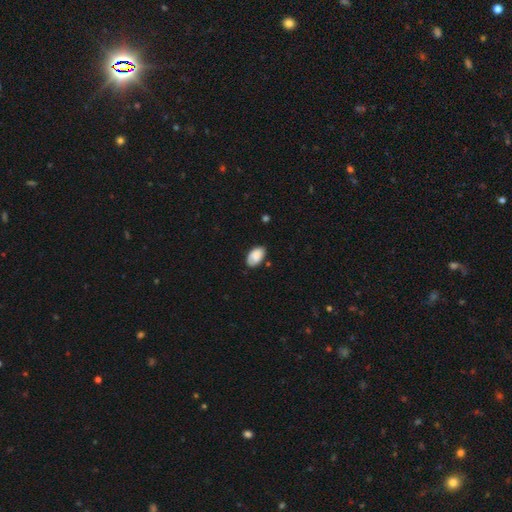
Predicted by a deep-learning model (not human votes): A smooth galaxy with no disk features (84%) that is in between round and cigar-shaped (93%).

Vote fractions:
- Smooth or featured? smooth: 84% / featured or disk: 10% / star or artifact: 7%
- How rounded? in between: 93% / round: 5% / cigar-shaped: 1%
- Merging? none: 72% / minor disturbance: 22% / major disturbance: 4% / merger: 2%